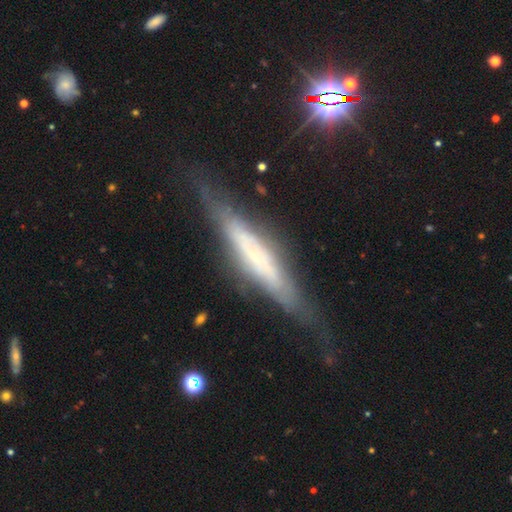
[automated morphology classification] smooth-or-featured: featured or disk: 66% | smooth: 25% | star or artifact: 9%
  disk-edge-on: yes: 87% | no: 13%
    edge-on-bulge: none: 40% | boxy: 38% | rounded: 22%
  merging: none: 70% | minor disturbance: 20% | major disturbance: 8% | merger: 2%